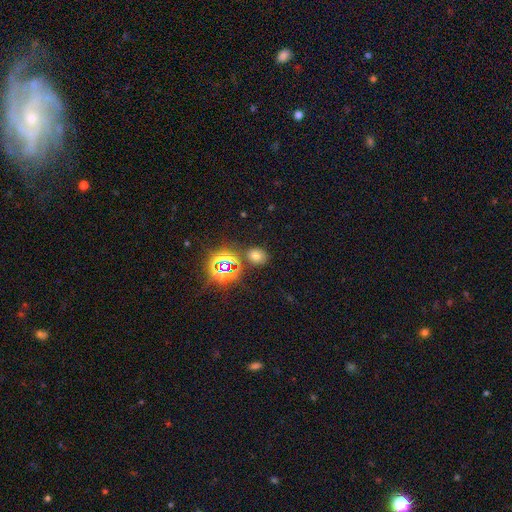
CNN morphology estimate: A smooth galaxy with no disk features (58%) that is round (50%). Merging: none (81%).